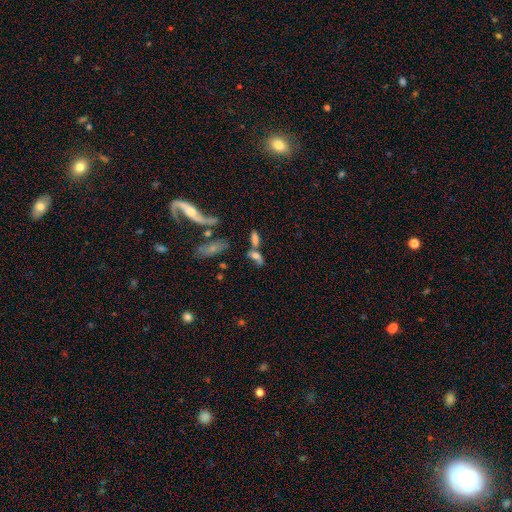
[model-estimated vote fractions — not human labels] Overall: smooth (57%; featured or disk 30%). How rounded: in between (68%). Merging: merger (40%; none 33%).